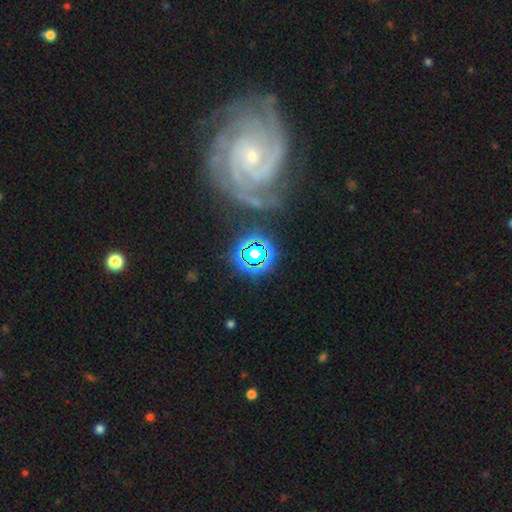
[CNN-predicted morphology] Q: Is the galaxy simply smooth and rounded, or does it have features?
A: featured or disk — 80%.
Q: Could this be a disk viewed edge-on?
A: no — 97%.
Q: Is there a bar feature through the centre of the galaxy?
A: no — 59%.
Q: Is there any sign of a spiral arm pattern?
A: yes — 98%.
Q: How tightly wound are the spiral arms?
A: tight — 78%.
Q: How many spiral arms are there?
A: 3 — 31%.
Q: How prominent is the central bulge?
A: small — 77%.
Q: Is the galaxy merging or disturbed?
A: none — 75%.